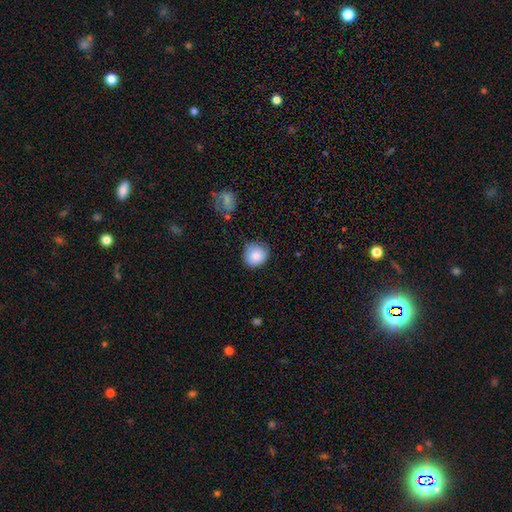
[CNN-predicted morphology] Q: Smooth or featured?
A: smooth (84%); runner-up: featured or disk (8%)
Q: How rounded?
A: round (83%); runner-up: in between (16%)
Q: Merging?
A: none (72%); runner-up: minor disturbance (21%)